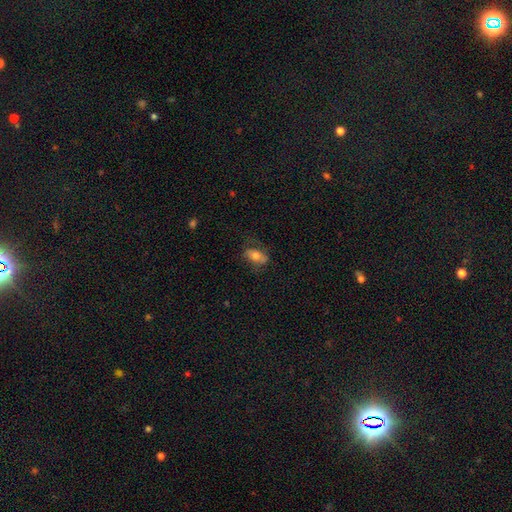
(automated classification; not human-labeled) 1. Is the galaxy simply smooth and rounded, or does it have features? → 69% smooth, 23% featured or disk, 8% star or artifact.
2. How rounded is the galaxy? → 86% in between, 8% cigar-shaped, 6% round.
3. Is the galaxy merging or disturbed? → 65% none, 23% minor disturbance, 11% major disturbance, 2% merger.